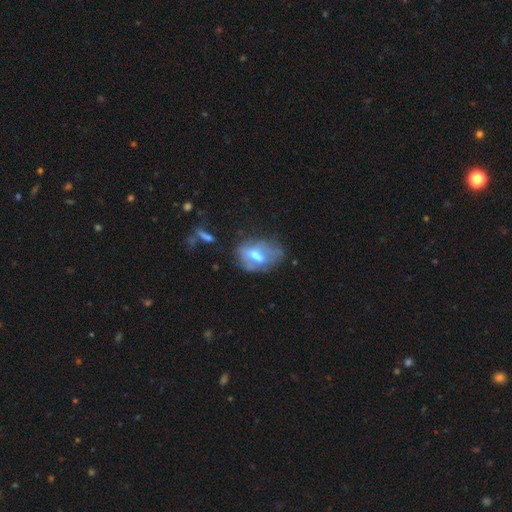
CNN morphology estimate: Smooth or featured? featured or disk (47%)
Merging? none (37%)